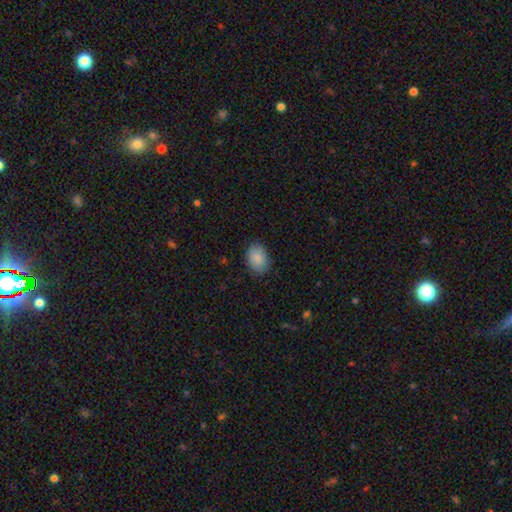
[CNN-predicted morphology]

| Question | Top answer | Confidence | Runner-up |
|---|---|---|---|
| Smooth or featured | smooth | 88% | star or artifact (7%) |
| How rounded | in between | 82% | round (17%) |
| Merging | none | 83% | minor disturbance (13%) |